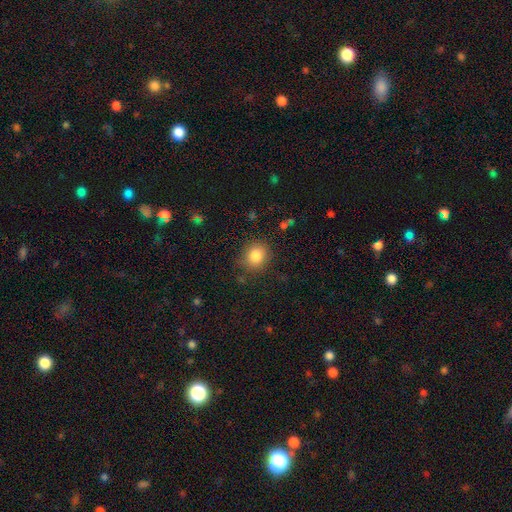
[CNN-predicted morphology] smooth 83%, star or artifact 10%, featured or disk 6%. Down the decision tree: how rounded — round (75%); merging — none (82%).